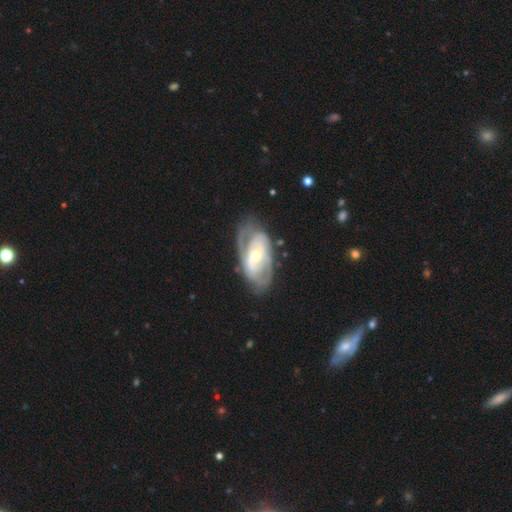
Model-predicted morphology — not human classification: Smooth or featured? featured or disk (80%)
Edge-on disk? no (94%)
Bar? no (41%)
Spiral arms? yes (80%)
Spiral winding? tight (51%)
Spiral arm count? 2 (59%)
Bulge size? moderate (54%)
Merging? none (67%)